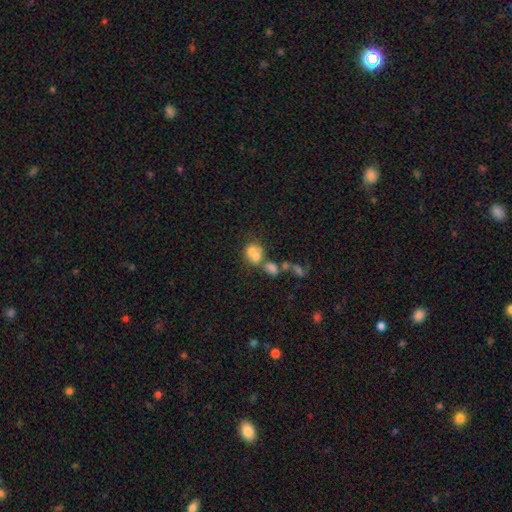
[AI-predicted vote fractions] Smooth or featured? smooth (61%)
How rounded? round (60%)
Merging? merger (62%)